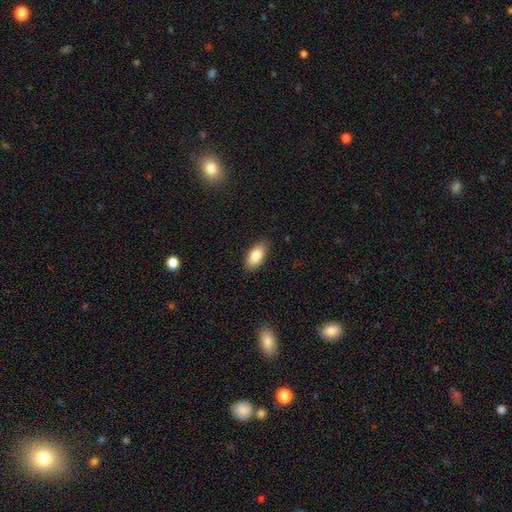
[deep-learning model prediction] Q: Smooth or featured?
A: smooth (84%); runner-up: featured or disk (10%)
Q: How rounded?
A: in between (92%); runner-up: cigar-shaped (5%)
Q: Merging?
A: none (87%); runner-up: minor disturbance (10%)